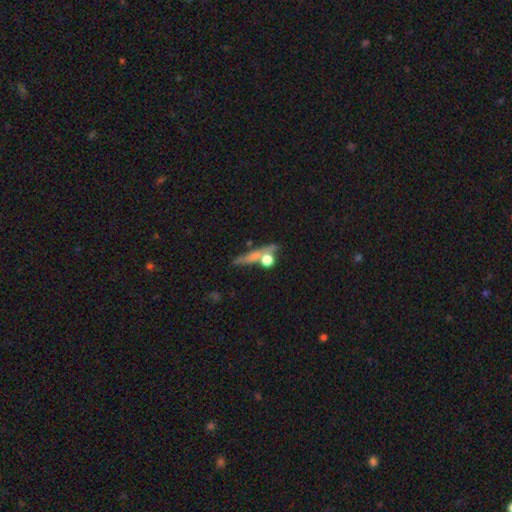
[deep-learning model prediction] Smooth or featured: smooth — 47% (featured or disk — 38%)
Merging: none — 53% (merger — 22%)